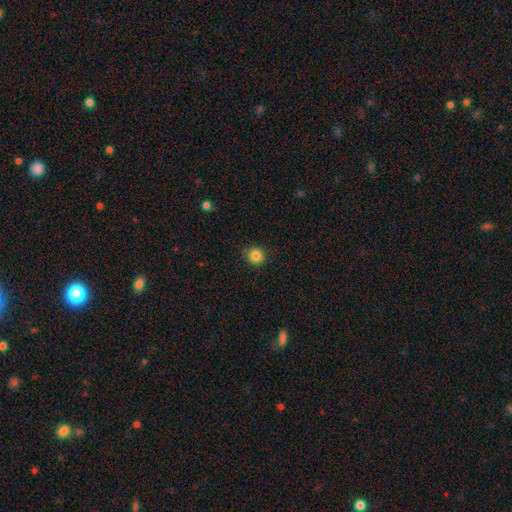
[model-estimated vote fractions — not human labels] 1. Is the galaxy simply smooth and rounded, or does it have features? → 84% smooth, 11% star or artifact, 4% featured or disk.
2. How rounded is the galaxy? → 92% round, 8% in between, 1% cigar-shaped.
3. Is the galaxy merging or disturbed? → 85% none, 11% minor disturbance, 2% major disturbance, 1% merger.